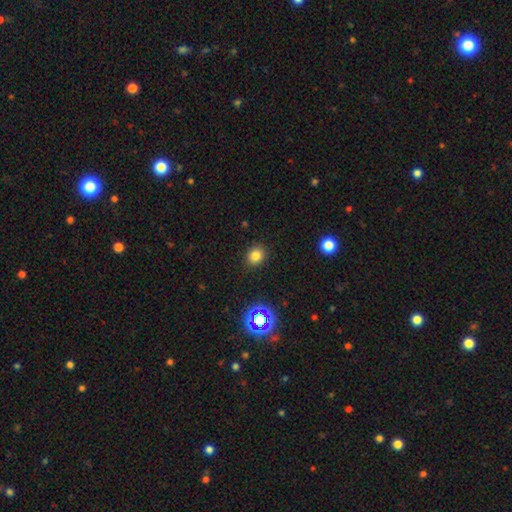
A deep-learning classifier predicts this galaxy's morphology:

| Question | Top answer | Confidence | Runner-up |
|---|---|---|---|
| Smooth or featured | smooth | 79% | star or artifact (15%) |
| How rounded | round | 77% | in between (22%) |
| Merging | none | 90% | minor disturbance (7%) |